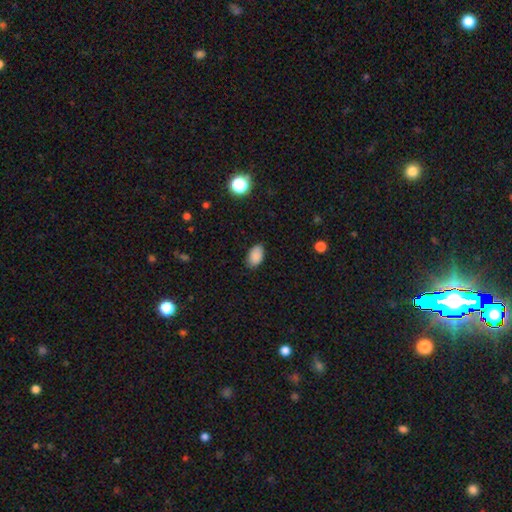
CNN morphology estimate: smooth-or-featured: smooth: 87% | star or artifact: 9% | featured or disk: 4%
  how-rounded: in between: 92% | round: 7% | cigar-shaped: 1%
  merging: none: 84% | minor disturbance: 13% | major disturbance: 3% | merger: 1%